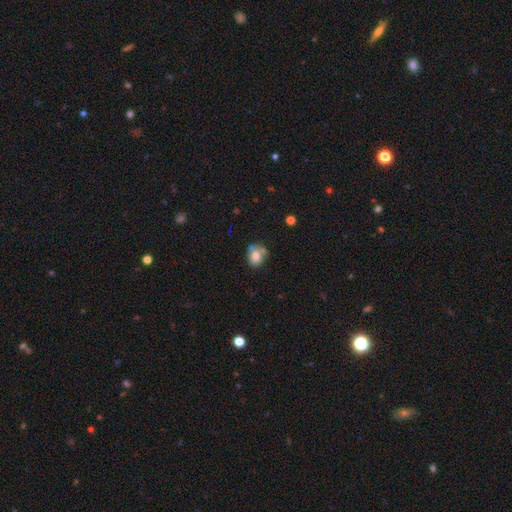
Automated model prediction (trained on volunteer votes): Smooth or featured?
  - smooth: 75% *
  - featured or disk: 14%
  - star or artifact: 10%
How rounded?
  - round: 51% *
  - in between: 48%
  - cigar-shaped: 1%
Merging?
  - none: 45% *
  - minor disturbance: 23%
  - merger: 23%
  - major disturbance: 9%